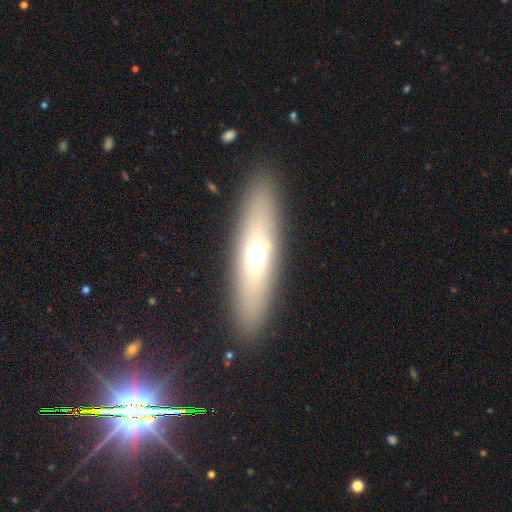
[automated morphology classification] type=smooth (53%); roundness=cigar-shaped (65%); merging=none (88%).